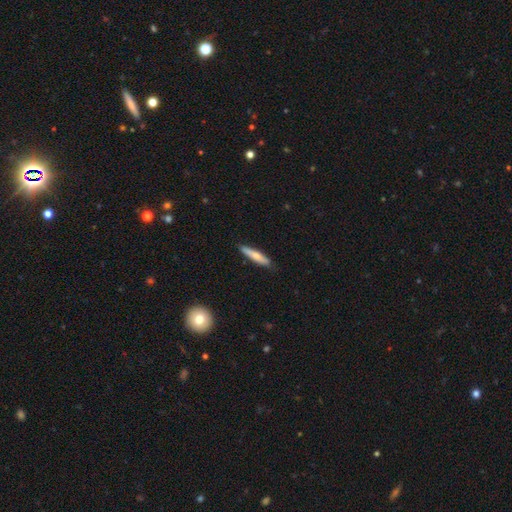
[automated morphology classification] type=smooth (64%); roundness=cigar-shaped (86%); merging=none (86%).